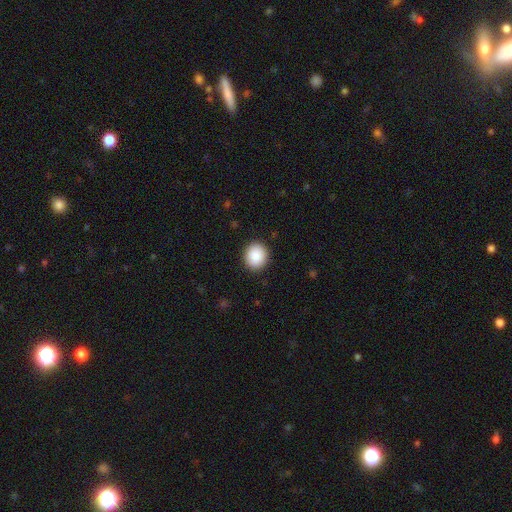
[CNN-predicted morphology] The model was most divided on "how rounded": round: 82%, in between: 17%, cigar-shaped: 1%. More confident: merging — none (91%); smooth or featured — smooth (89%).